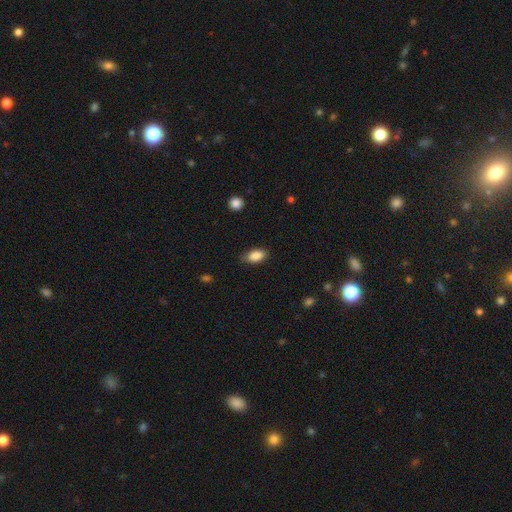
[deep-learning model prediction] smooth-or-featured: smooth: 87% | star or artifact: 7% | featured or disk: 5%
  how-rounded: in between: 91% | round: 6% | cigar-shaped: 3%
  merging: none: 73% | minor disturbance: 22% | major disturbance: 4% | merger: 1%